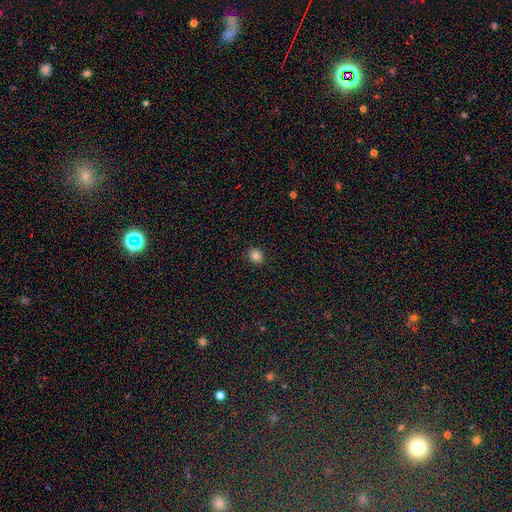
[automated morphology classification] Q: Smooth or featured?
A: smooth (84%); runner-up: star or artifact (12%)
Q: How rounded?
A: round (68%); runner-up: in between (31%)
Q: Merging?
A: none (90%); runner-up: minor disturbance (7%)